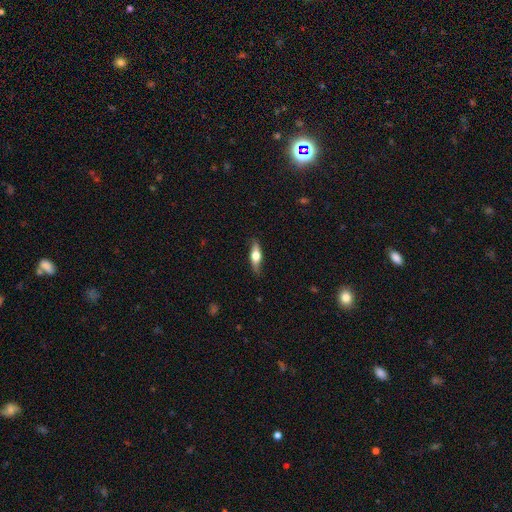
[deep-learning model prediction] This appears to be a smooth galaxy with no disk features (48%). Merging: none (79%).